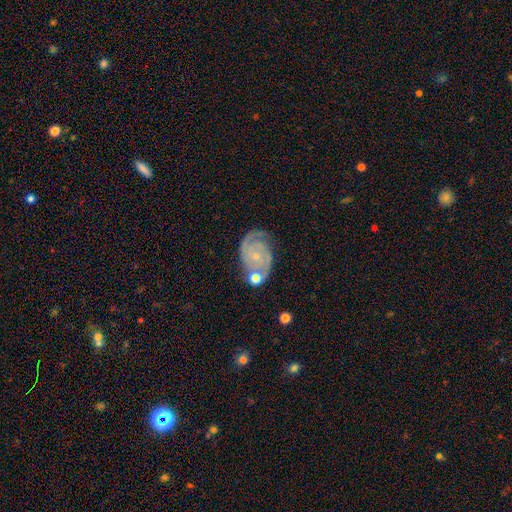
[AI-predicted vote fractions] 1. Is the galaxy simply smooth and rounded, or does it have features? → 84% featured or disk, 10% smooth, 6% star or artifact.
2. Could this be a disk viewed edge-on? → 97% no, 3% yes.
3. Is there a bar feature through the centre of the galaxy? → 75% no, 21% weak, 4% strong.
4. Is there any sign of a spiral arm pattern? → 96% yes, 4% no.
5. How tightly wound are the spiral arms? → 64% tight, 29% medium, 7% loose.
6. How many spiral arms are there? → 70% 2, 11% can't tell, 9% 3, 5% 1, 2% 4, 2% more than 4.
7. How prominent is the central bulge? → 75% small, 17% moderate, 5% none, 1% large, 1% dominant.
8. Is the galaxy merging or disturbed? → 62% none, 19% minor disturbance, 12% merger, 8% major disturbance.